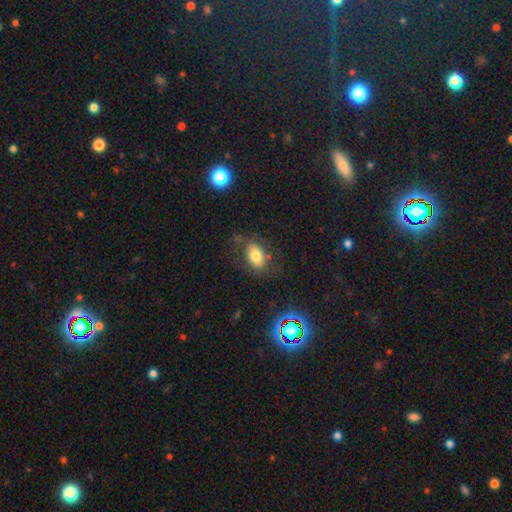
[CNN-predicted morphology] Smooth or featured? Predicted: smooth (p=0.75). How rounded? Predicted: in between (p=0.86). Merging? Predicted: none (p=0.72).